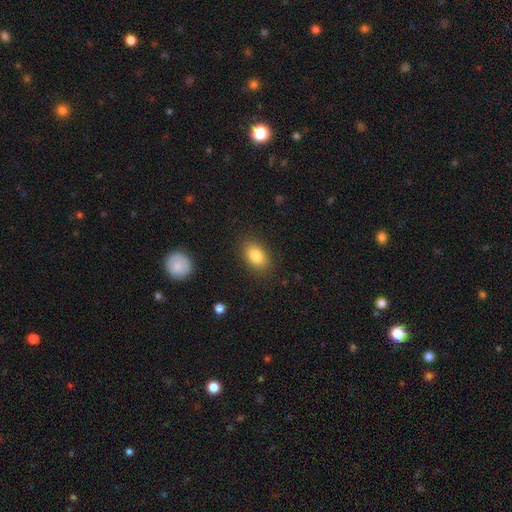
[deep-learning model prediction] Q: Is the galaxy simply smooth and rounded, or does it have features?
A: smooth — 83%.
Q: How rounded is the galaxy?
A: in between — 84%.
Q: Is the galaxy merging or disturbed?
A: none — 86%.